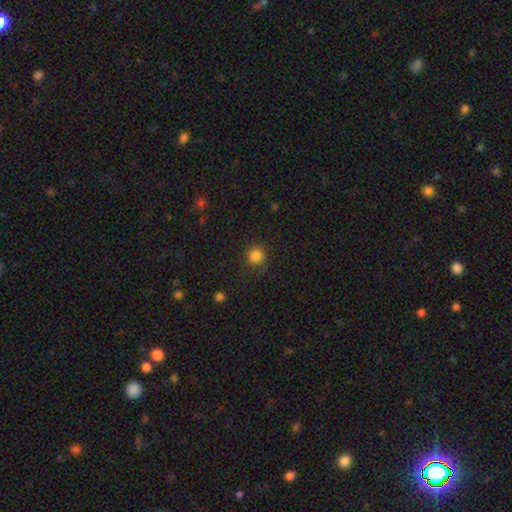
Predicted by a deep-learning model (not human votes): A smooth galaxy with no disk features (84%) that is round (92%).

Vote fractions:
- Smooth or featured? smooth: 84% / star or artifact: 12% / featured or disk: 4%
- How rounded? round: 92% / in between: 7% / cigar-shaped: 1%
- Merging? none: 86% / minor disturbance: 9% / major disturbance: 4% / merger: 1%